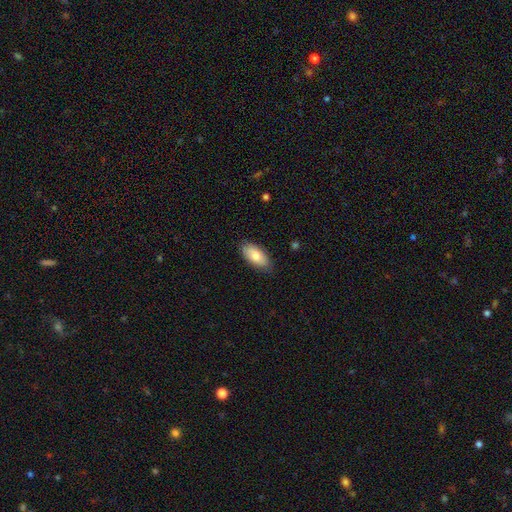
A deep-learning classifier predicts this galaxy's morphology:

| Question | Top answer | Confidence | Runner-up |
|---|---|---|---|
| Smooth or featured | smooth | 78% | featured or disk (16%) |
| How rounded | in between | 92% | cigar-shaped (5%) |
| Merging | none | 83% | minor disturbance (14%) |